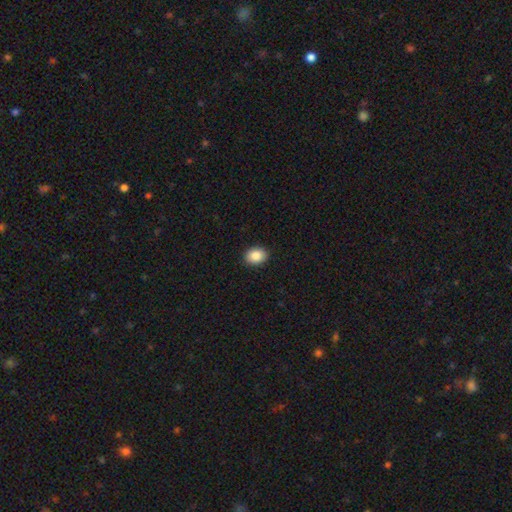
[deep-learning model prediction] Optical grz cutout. It shows a smooth galaxy with no disk features (88%) that is in between round and cigar-shaped (66%). Merging: none (91%).